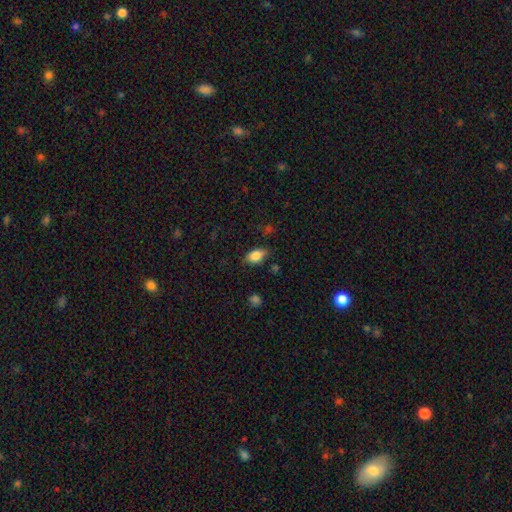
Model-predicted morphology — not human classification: smooth 81%, featured or disk 10%, star or artifact 8%. Down the decision tree: how rounded — in between (87%); merging — none (77%).